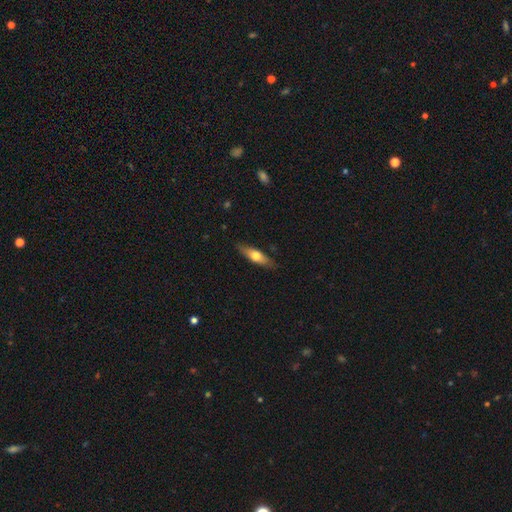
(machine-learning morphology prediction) This appears to be a smooth galaxy with no disk features (56%) that is cigar-shaped (58%). Merging: none (84%).